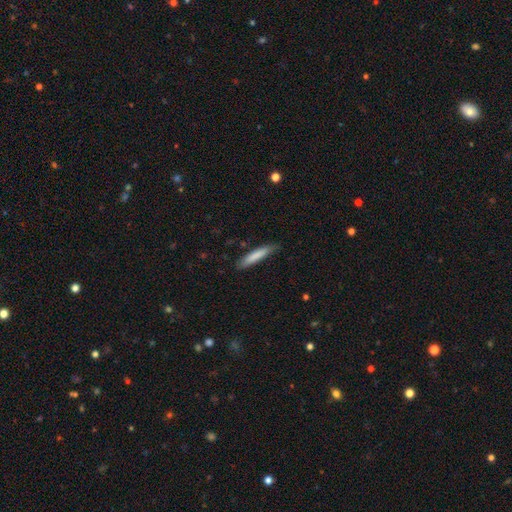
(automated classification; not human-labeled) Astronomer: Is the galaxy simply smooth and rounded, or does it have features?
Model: smooth — 80%.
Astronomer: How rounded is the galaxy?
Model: cigar-shaped — 88%.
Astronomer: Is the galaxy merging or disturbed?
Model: none — 77%.